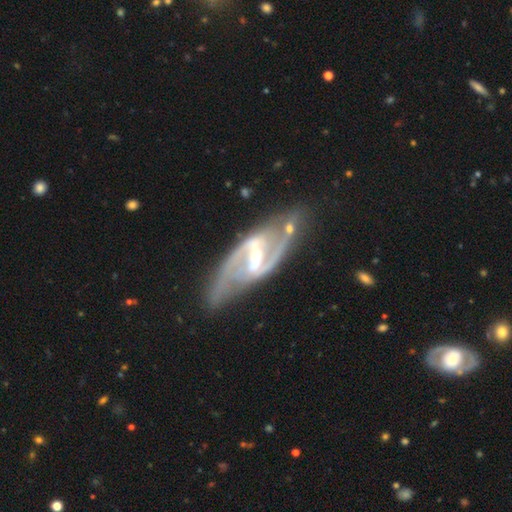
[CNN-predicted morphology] Smooth or featured: featured or disk — 92% (star or artifact — 5%)
Edge-on disk: no — 95% (yes — 5%)
Bar: strong — 66% (weak — 27%)
Spiral arms: yes — 97% (no — 3%)
Spiral winding: medium — 55% (loose — 28%)
Spiral arm count: 2 — 93% (can't tell — 2%)
Bulge size: small — 63% (moderate — 33%)
Merging: none — 72% (minor disturbance — 16%)